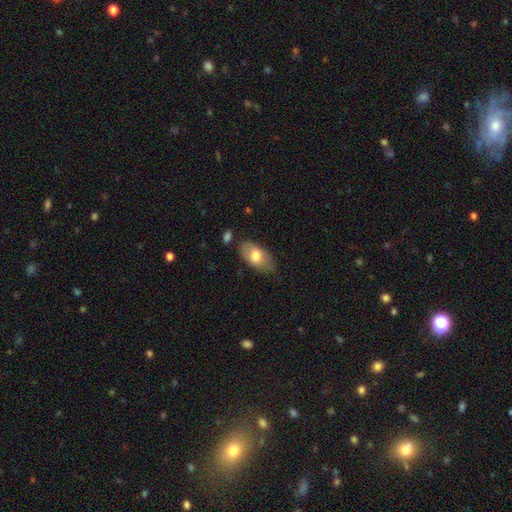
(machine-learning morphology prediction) smooth-or-featured: smooth: 73% | featured or disk: 21% | star or artifact: 6%
  how-rounded: in between: 93% | round: 4% | cigar-shaped: 3%
  merging: none: 73% | minor disturbance: 20% | major disturbance: 4% | merger: 4%